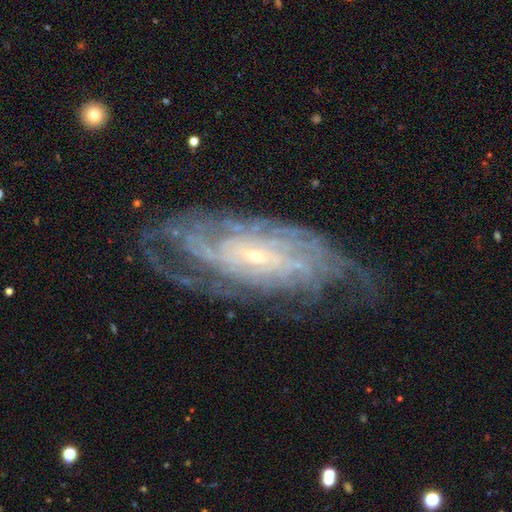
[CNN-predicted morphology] This is clearly a featured or disk galaxy (86%). It is clearly not viewed edge-on (91%). Bar: possibly no (55%). Spiral arm pattern: clearly yes (95%). Spiral arm count: marginally can't tell (39%). Spiral winding: likely tight (69%). Central bulge: clearly small (83%). Merging: likely none (70%).